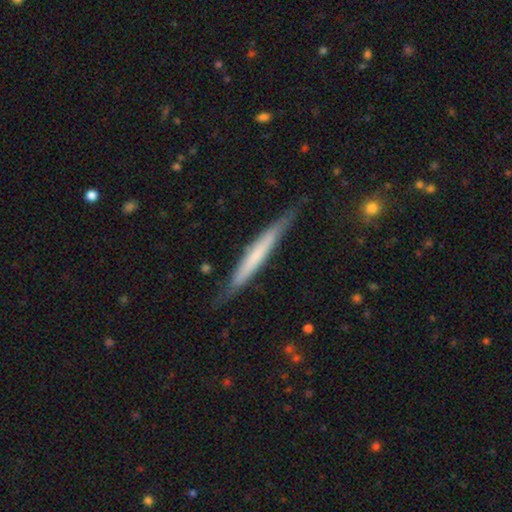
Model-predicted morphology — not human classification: This is possibly a smooth galaxy (49%). Merging: clearly none (81%).